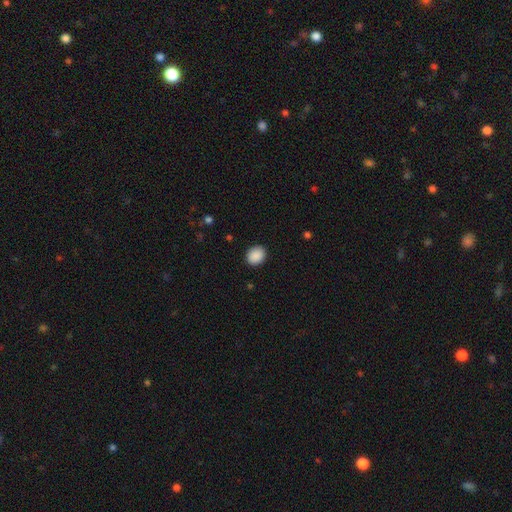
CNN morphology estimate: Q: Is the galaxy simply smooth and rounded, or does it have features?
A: smooth — 90%.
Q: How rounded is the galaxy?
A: round — 58%.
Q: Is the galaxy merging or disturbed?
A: none — 90%.